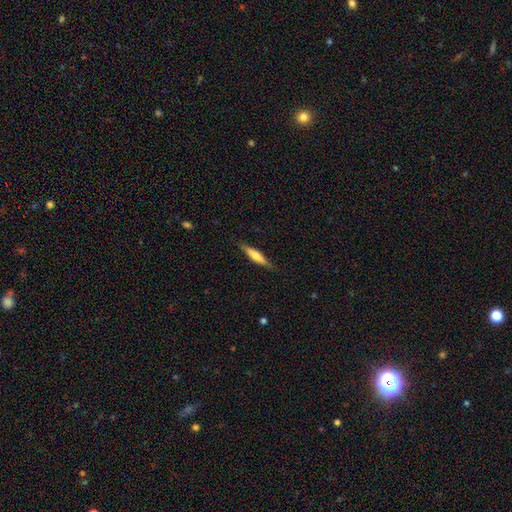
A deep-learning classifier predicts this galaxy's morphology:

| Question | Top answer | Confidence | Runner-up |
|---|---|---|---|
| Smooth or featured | smooth | 54% | featured or disk (40%) |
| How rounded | cigar-shaped | 85% | in between (14%) |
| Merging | none | 86% | minor disturbance (11%) |